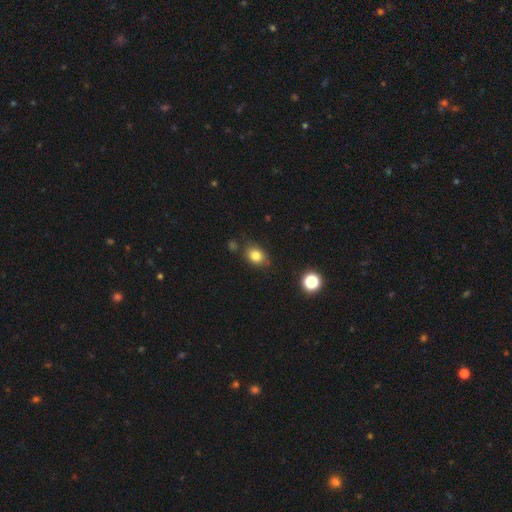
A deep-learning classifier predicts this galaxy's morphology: Smooth or featured?
  - smooth: 81% *
  - star or artifact: 11%
  - featured or disk: 8%
How rounded?
  - in between: 59% *
  - round: 40%
  - cigar-shaped: 1%
Merging?
  - none: 76% *
  - minor disturbance: 17%
  - merger: 4%
  - major disturbance: 4%